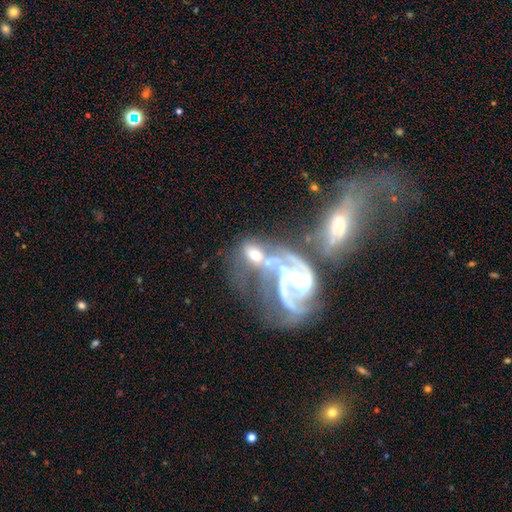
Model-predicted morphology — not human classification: The model was most divided on "bulge size": small: 46%, moderate: 37%, none: 9%, large: 6%, dominant: 2%. Remaining: edge-on disk — no (96%); spiral arms — yes (81%); smooth or featured — featured or disk (68%); bar — no (59%); merging — merger (58%); spiral winding — medium (45%); spiral arm count — 2 (42%).